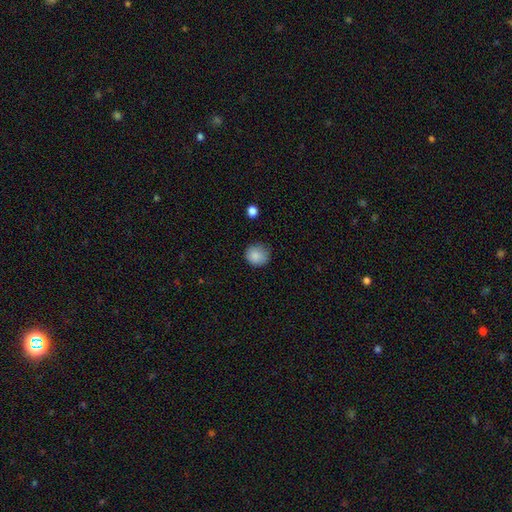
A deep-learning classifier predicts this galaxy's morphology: type=smooth (87%); roundness=round (86%); merging=none (78%).